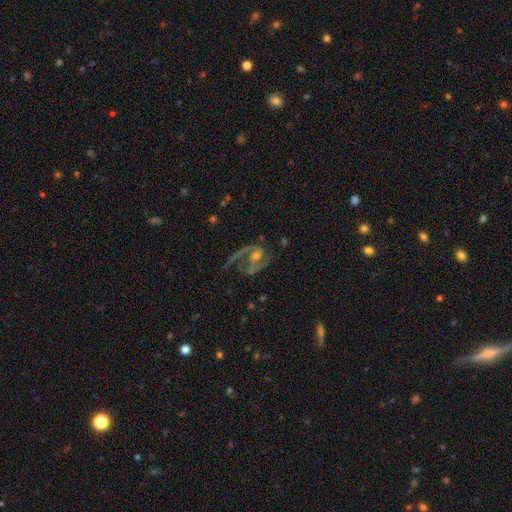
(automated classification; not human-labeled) Morphology: type=featured or disk (87%); edge-on=no (98%); bar=no (47%); spiral arms=yes (94%); winding=medium (49%); arm count=2 (79%); bulge=moderate (54%); merging=none (46%).